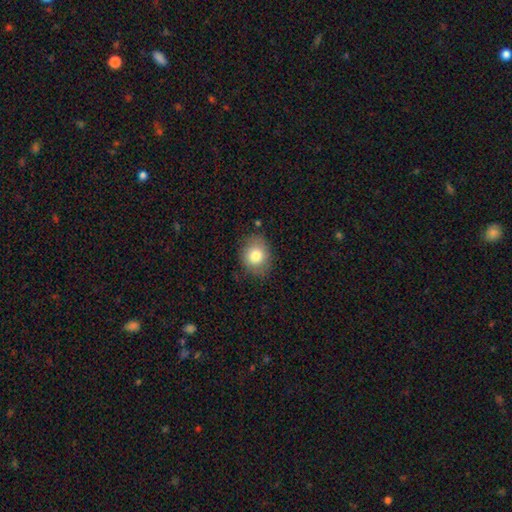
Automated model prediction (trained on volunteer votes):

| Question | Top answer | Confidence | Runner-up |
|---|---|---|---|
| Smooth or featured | smooth | 80% | featured or disk (11%) |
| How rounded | round | 63% | in between (36%) |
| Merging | none | 80% | minor disturbance (15%) |